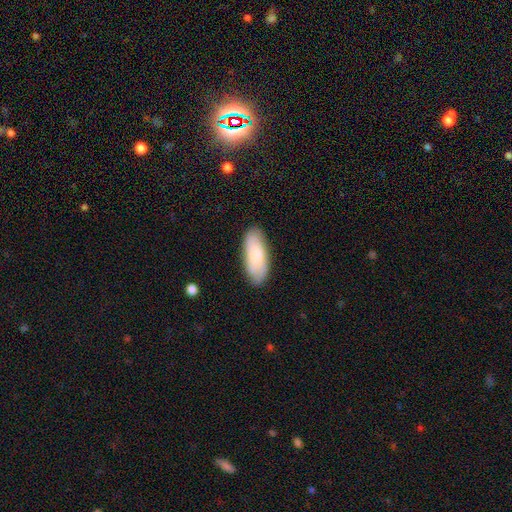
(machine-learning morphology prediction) This appears to be a smooth galaxy with no disk features (78%) that is in between round and cigar-shaped (80%). Merging: none (84%).